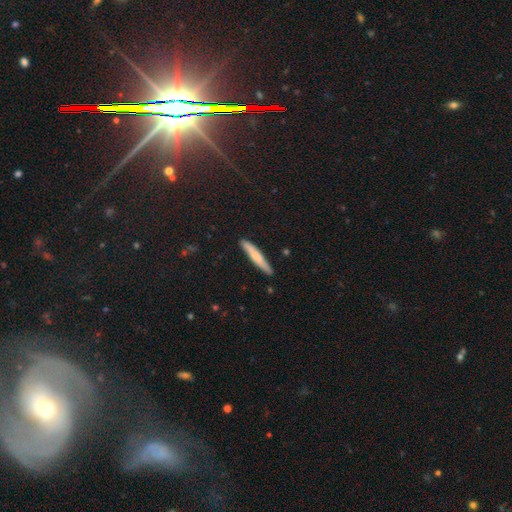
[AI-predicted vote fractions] smooth 65%, featured or disk 29%, star or artifact 6%. Down the decision tree: how rounded — cigar-shaped (93%); merging — none (88%).